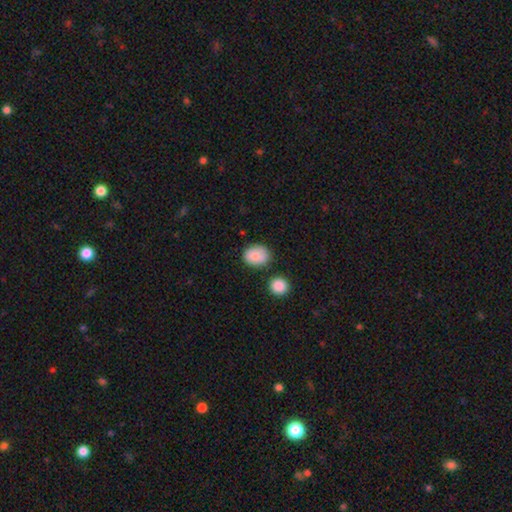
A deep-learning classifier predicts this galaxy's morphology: Smooth or featured? smooth (87%)
How rounded? round (52%)
Merging? none (75%)